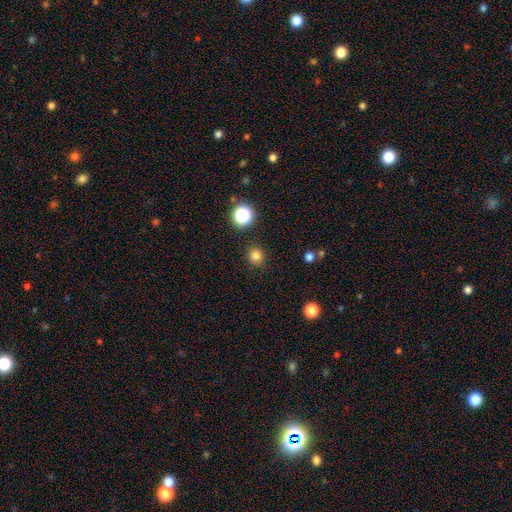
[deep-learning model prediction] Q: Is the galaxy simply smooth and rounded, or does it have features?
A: smooth — 80%.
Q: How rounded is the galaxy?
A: round — 93%.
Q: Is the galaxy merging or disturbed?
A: none — 90%.